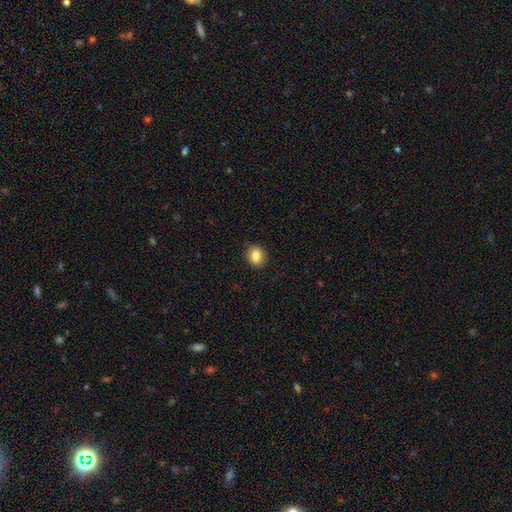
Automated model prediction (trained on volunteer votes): Smooth or featured? Predicted: smooth (p=0.86). How rounded? Predicted: in between (p=0.58). Merging? Predicted: none (p=0.85).